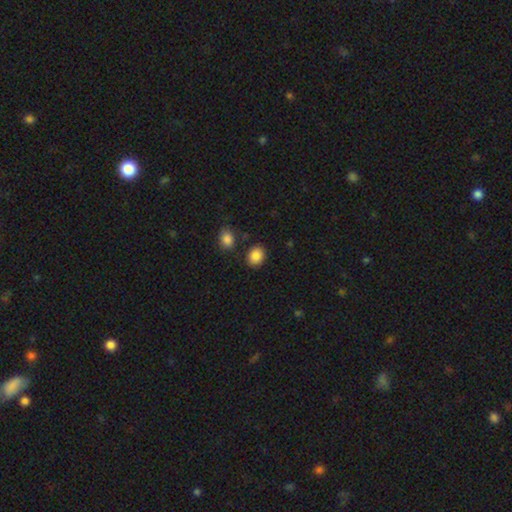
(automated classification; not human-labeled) Morphology: type=smooth (87%); roundness=round (51%); merging=none (83%).